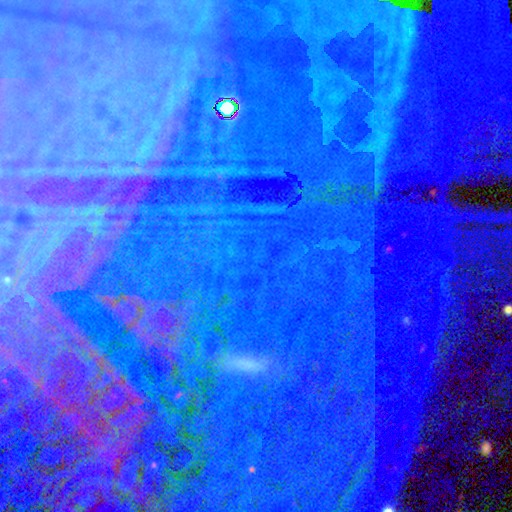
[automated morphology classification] Smooth or featured? Predicted: star or artifact (p=0.85).